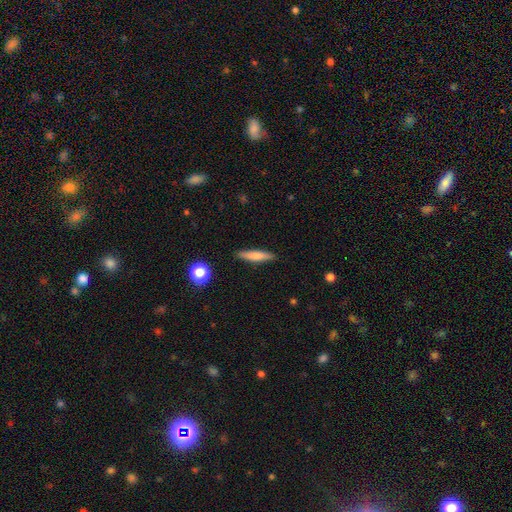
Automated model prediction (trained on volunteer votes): smooth_or_featured: smooth (p=0.70) [alt: featured or disk p=0.23]
how_rounded: cigar-shaped (p=0.87) [alt: in between p=0.11]
merging: none (p=0.89) [alt: minor disturbance p=0.08]